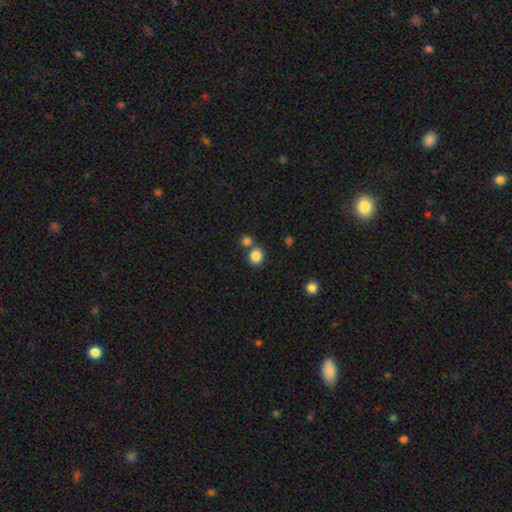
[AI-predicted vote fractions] Q: Smooth or featured?
A: smooth (85%); runner-up: star or artifact (11%)
Q: How rounded?
A: round (77%); runner-up: in between (22%)
Q: Merging?
A: none (63%); runner-up: merger (25%)